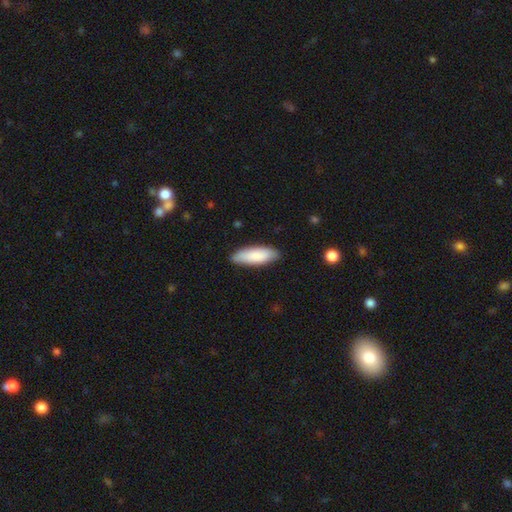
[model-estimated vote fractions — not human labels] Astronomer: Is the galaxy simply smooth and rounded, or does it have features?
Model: smooth — 87%.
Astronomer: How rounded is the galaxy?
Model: in between — 63%.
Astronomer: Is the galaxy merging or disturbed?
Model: none — 86%.